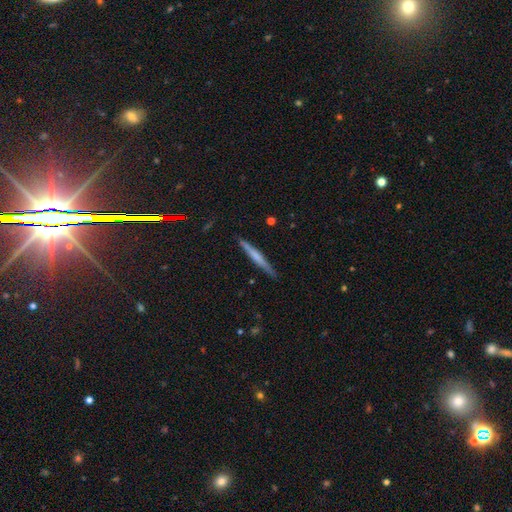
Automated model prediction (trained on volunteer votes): A featured or disk galaxy (48%).

Vote fractions:
- Smooth or featured? featured or disk: 48% / smooth: 46% / star or artifact: 6%
- Merging? none: 88% / minor disturbance: 9% / major disturbance: 2% / merger: 1%